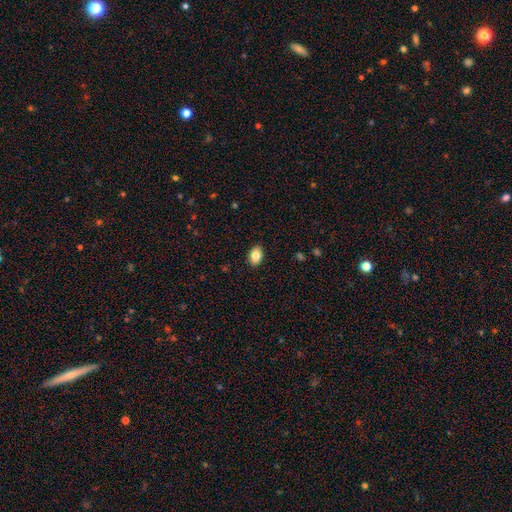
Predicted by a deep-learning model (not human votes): Smooth or featured: smooth — 84% (star or artifact — 8%)
How rounded: in between — 86% (round — 13%)
Merging: none — 89% (minor disturbance — 8%)